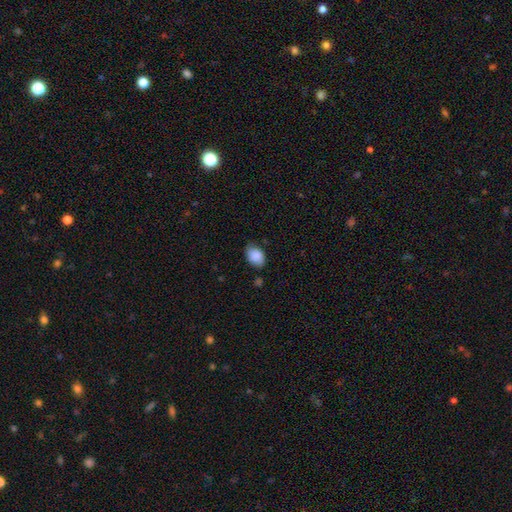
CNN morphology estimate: A smooth galaxy with no disk features (87%) that is in between round and cigar-shaped (84%). Merging: none (70%).